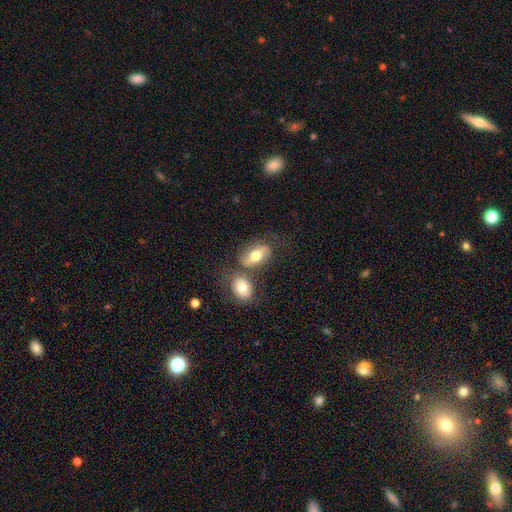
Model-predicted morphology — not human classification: Overall: smooth (59%; featured or disk 33%). How rounded: in between (87%). Merging: none (50%; merger 30%).